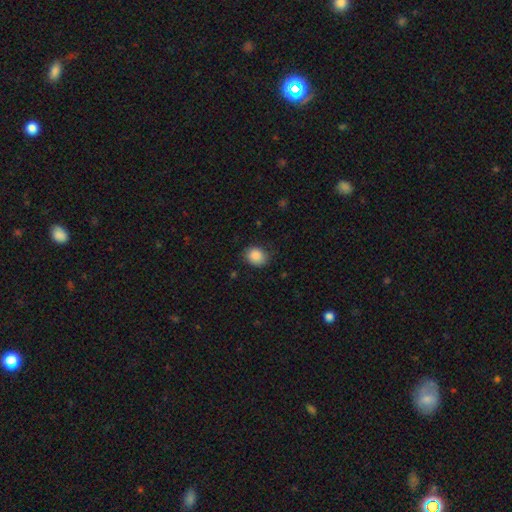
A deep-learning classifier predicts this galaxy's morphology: A smooth galaxy with no disk features (87%) that is round (56%). Merging: none (80%).